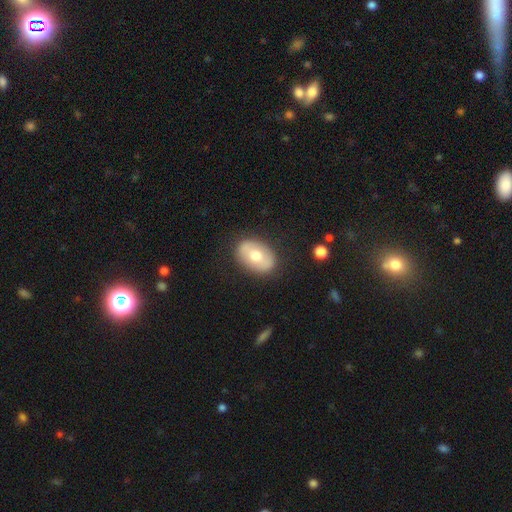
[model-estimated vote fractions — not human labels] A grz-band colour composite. It shows a smooth galaxy with no disk features (59%) that is in between round and cigar-shaped (81%). Merging: none (85%).